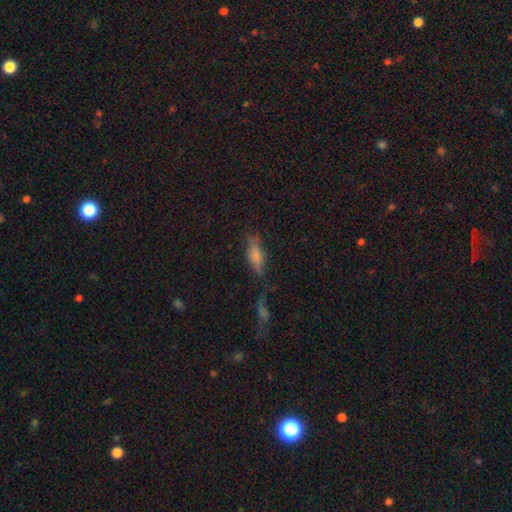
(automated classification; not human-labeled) This is likely a smooth galaxy (63%). How rounded: possibly in between (52%). Merging: possibly none (59%).